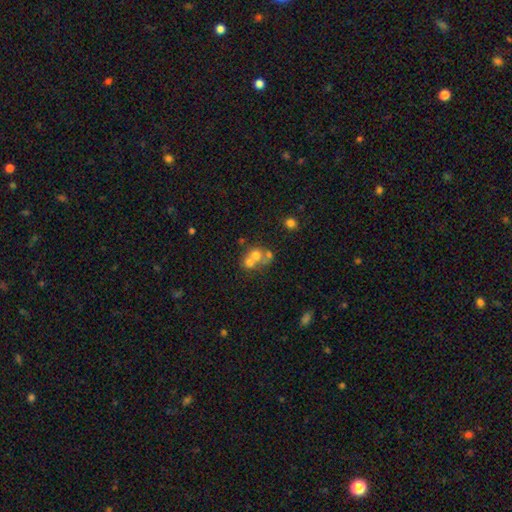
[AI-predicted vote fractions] smooth 60%, featured or disk 26%, star or artifact 14%. Down the decision tree: how rounded — round (74%); merging — merger (61%).